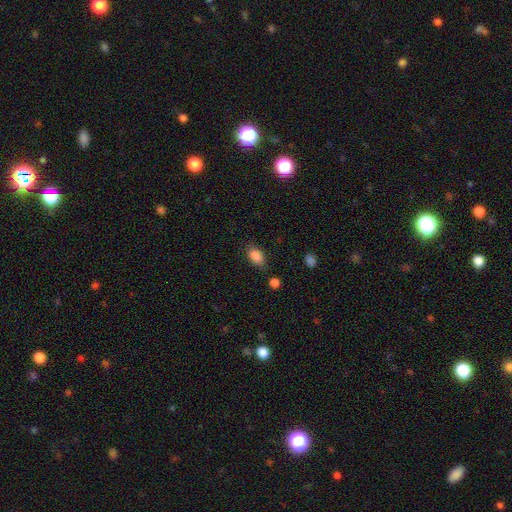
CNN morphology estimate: This is clearly a smooth galaxy (87%). How rounded: clearly in between (87%). Merging: likely none (76%).